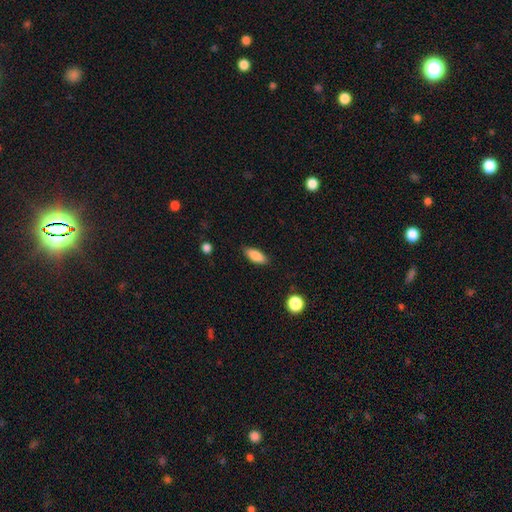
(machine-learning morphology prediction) A smooth galaxy with no disk features (87%) that is in between round and cigar-shaped (81%).

Vote fractions:
- Smooth or featured? smooth: 87% / star or artifact: 7% / featured or disk: 6%
- How rounded? in between: 81% / cigar-shaped: 17% / round: 2%
- Merging? none: 84% / minor disturbance: 12% / major disturbance: 3% / merger: 1%